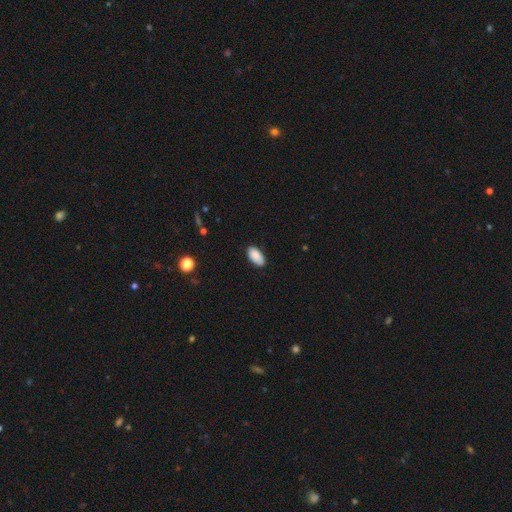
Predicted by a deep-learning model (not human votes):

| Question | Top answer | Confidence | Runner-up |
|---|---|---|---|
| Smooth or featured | smooth | 89% | star or artifact (7%) |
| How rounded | in between | 95% | cigar-shaped (3%) |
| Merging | none | 86% | minor disturbance (11%) |